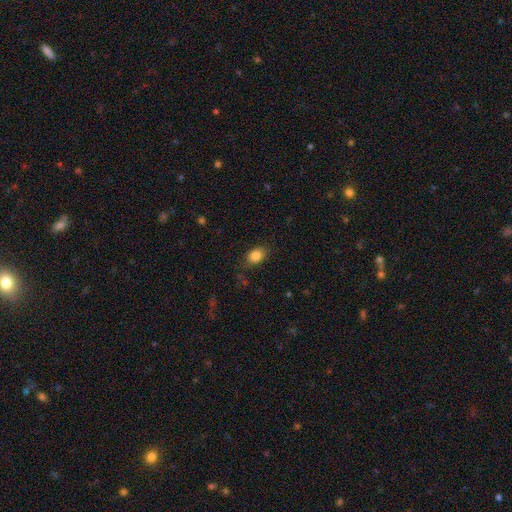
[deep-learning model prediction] A smooth galaxy with no disk features (83%) that is in between round and cigar-shaped (75%).

Vote fractions:
- Smooth or featured? smooth: 83% / star or artifact: 9% / featured or disk: 8%
- How rounded? in between: 75% / round: 24% / cigar-shaped: 1%
- Merging? none: 82% / minor disturbance: 13% / major disturbance: 3% / merger: 1%